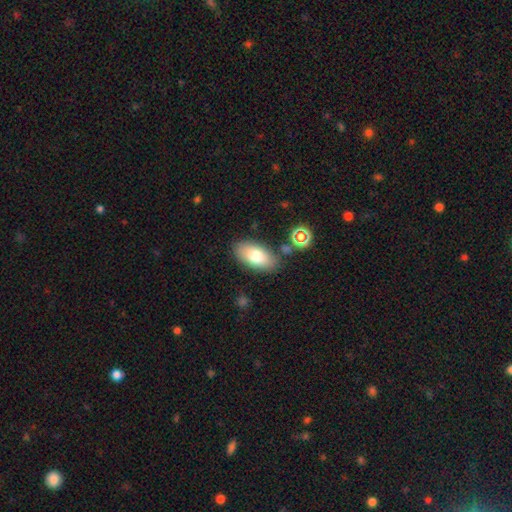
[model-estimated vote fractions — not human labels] smooth_or_featured: smooth (p=0.76) [alt: featured or disk p=0.16]
how_rounded: in between (p=0.93) [alt: cigar-shaped p=0.04]
merging: none (p=0.81) [alt: minor disturbance p=0.11]